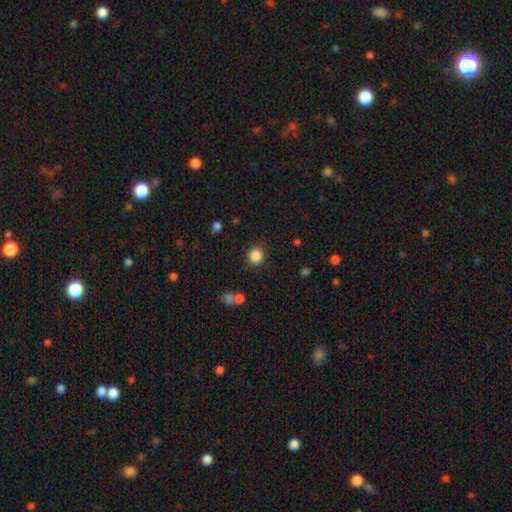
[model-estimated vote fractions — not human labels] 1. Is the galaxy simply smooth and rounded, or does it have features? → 85% smooth, 11% star or artifact, 4% featured or disk.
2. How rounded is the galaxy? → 88% round, 11% in between, 1% cigar-shaped.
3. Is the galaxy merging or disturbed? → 82% none, 12% minor disturbance, 4% major disturbance, 2% merger.